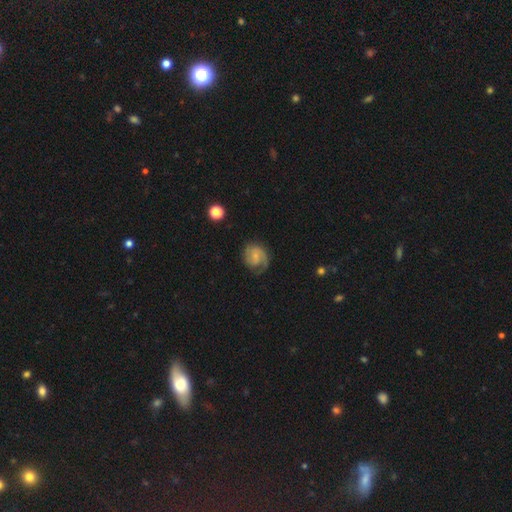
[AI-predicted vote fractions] featured or disk 71%, smooth 22%, star or artifact 7%. Down the decision tree: edge-on disk — no (98%); bar — no (61%); spiral arms — yes (93%); spiral arm count — 2 (43%); spiral winding — tight (42%); bulge size — small (65%); merging — none (64%).